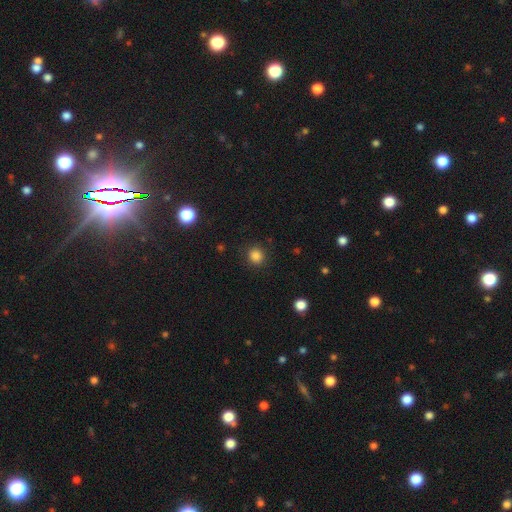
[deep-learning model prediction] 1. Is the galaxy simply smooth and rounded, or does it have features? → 84% smooth, 12% star or artifact, 4% featured or disk.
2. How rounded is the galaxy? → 89% round, 10% in between, 1% cigar-shaped.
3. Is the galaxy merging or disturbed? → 89% none, 7% minor disturbance, 3% major disturbance, 1% merger.